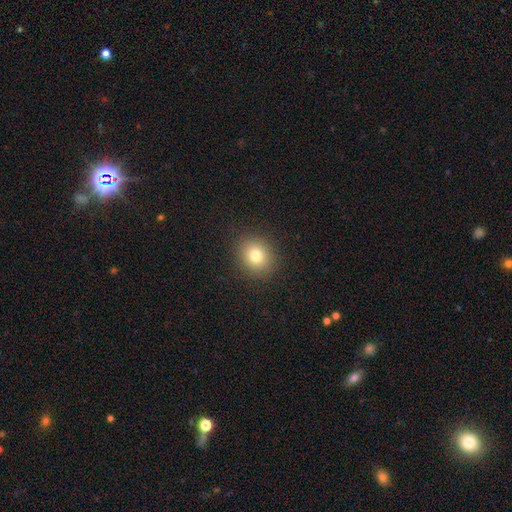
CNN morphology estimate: type=smooth (78%); roundness=round (73%); merging=none (89%).